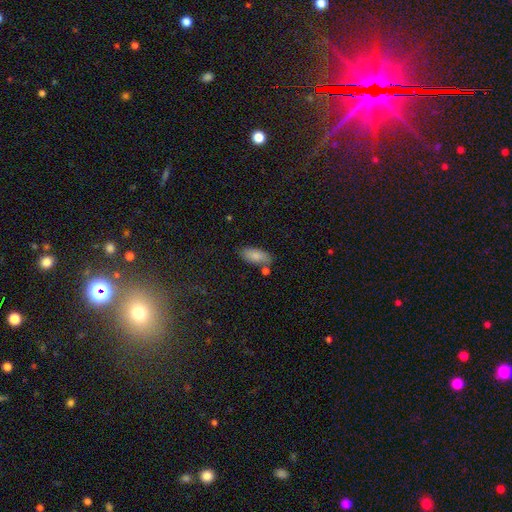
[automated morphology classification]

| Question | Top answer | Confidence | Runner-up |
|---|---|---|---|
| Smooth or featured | smooth | 83% | featured or disk (10%) |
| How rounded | in between | 86% | cigar-shaped (11%) |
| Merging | none | 70% | minor disturbance (17%) |